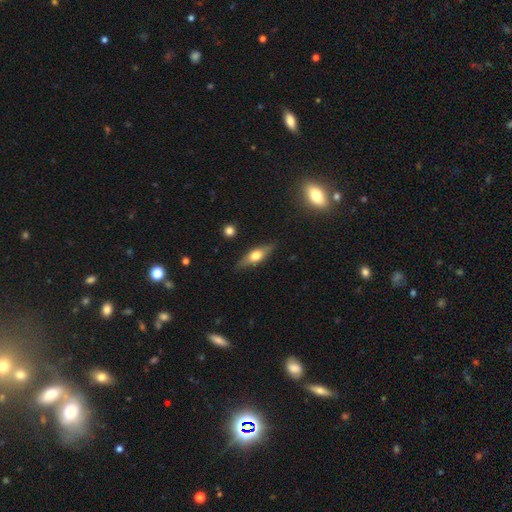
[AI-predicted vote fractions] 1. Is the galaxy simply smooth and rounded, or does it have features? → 49% smooth, 44% featured or disk, 7% star or artifact.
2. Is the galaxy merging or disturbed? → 81% none, 14% minor disturbance, 3% major disturbance, 2% merger.